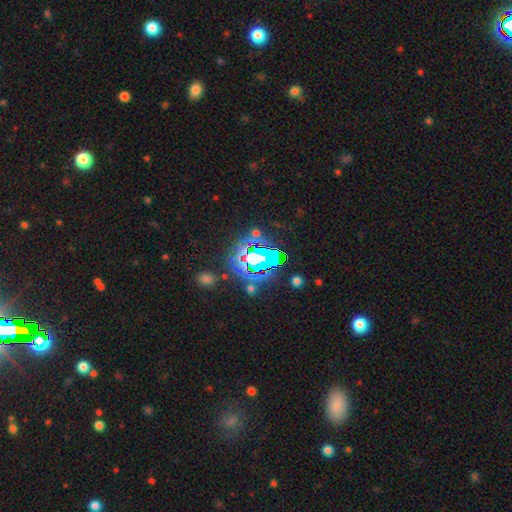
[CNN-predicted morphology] type=star or artifact (80%).